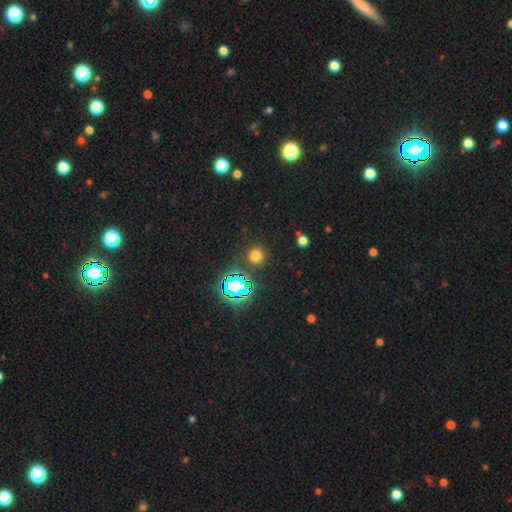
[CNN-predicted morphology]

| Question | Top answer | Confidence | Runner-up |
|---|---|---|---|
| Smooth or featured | smooth | 66% | star or artifact (29%) |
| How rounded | round | 92% | in between (7%) |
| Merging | none | 88% | minor disturbance (6%) |